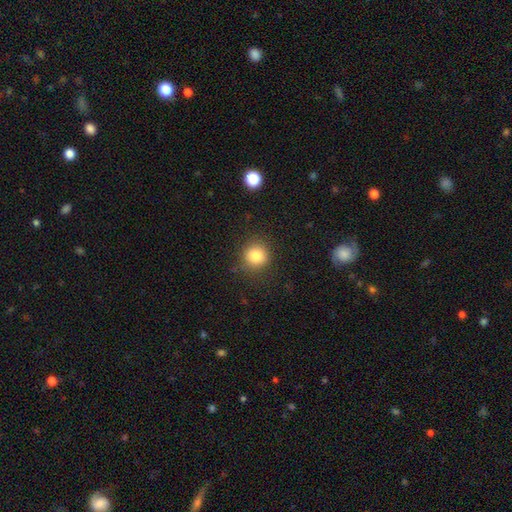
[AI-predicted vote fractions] Smooth or featured?
  - smooth: 83% *
  - star or artifact: 11%
  - featured or disk: 6%
How rounded?
  - round: 90% *
  - in between: 9%
  - cigar-shaped: 1%
Merging?
  - none: 86% *
  - minor disturbance: 10%
  - major disturbance: 3%
  - merger: 1%